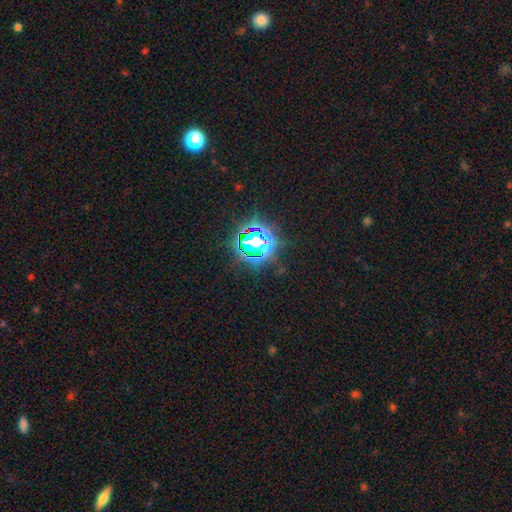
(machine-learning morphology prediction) Smooth or featured?
  - star or artifact: 82% *
  - smooth: 12%
  - featured or disk: 6%